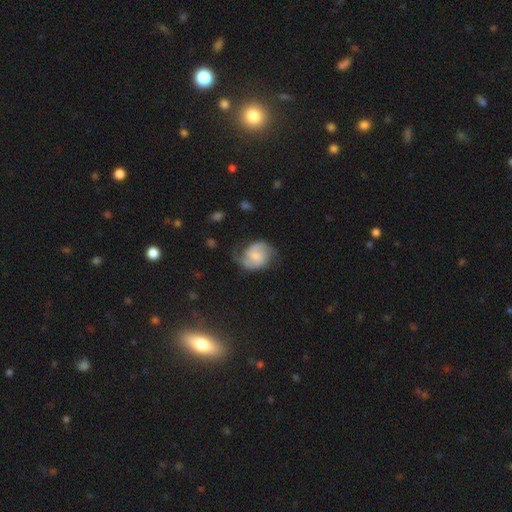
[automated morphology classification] Q: Smooth or featured?
A: featured or disk (71%); runner-up: smooth (22%)
Q: Edge-on disk?
A: no (98%); runner-up: yes (2%)
Q: Bar?
A: weak (51%); runner-up: no (37%)
Q: Spiral arms?
A: yes (94%); runner-up: no (6%)
Q: Spiral winding?
A: medium (49%); runner-up: loose (28%)
Q: Spiral arm count?
A: 2 (86%); runner-up: can't tell (6%)
Q: Bulge size?
A: moderate (34%); tied with: small (34%)
Q: Merging?
A: none (62%); runner-up: minor disturbance (24%)